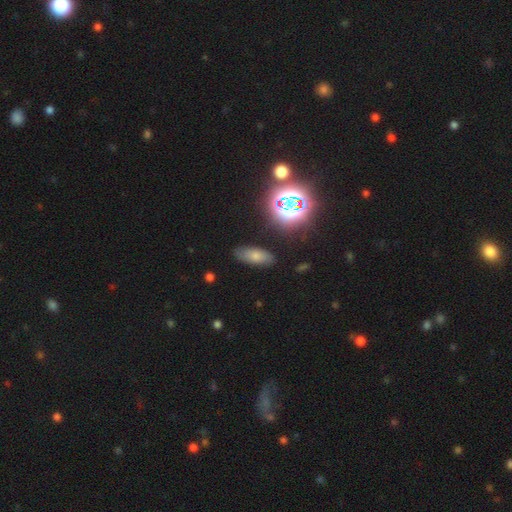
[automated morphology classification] smooth_or_featured: smooth (p=0.66) [alt: star or artifact p=0.17]
how_rounded: in between (p=0.81) [alt: cigar-shaped p=0.15]
merging: none (p=0.82) [alt: minor disturbance p=0.13]